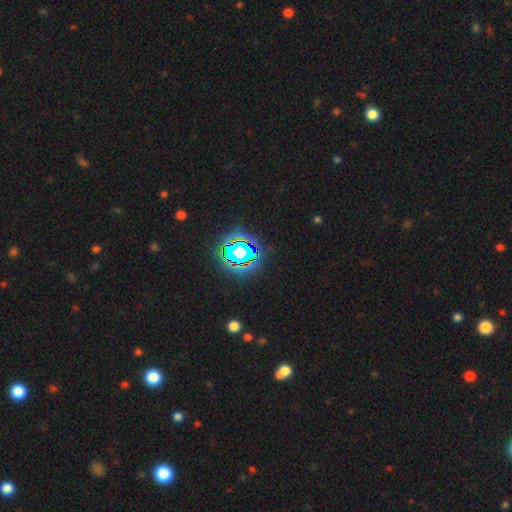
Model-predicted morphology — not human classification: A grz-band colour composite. It shows a star or artifact, not a galaxy (79%).